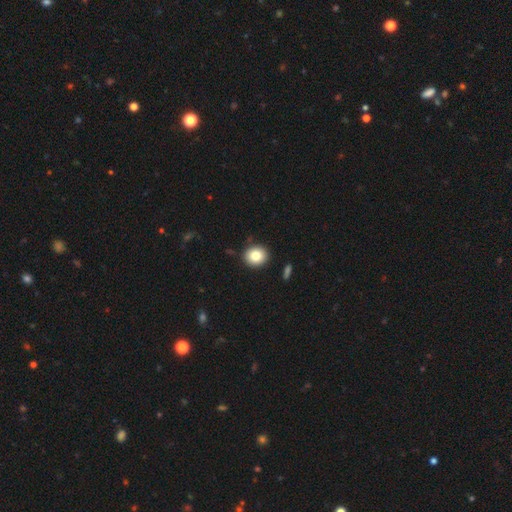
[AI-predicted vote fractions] A smooth galaxy with no disk features (82%) that is round (80%).

Vote fractions:
- Smooth or featured? smooth: 82% / star or artifact: 9% / featured or disk: 9%
- How rounded? round: 80% / in between: 19% / cigar-shaped: 1%
- Merging? none: 89% / minor disturbance: 7% / merger: 2% / major disturbance: 2%